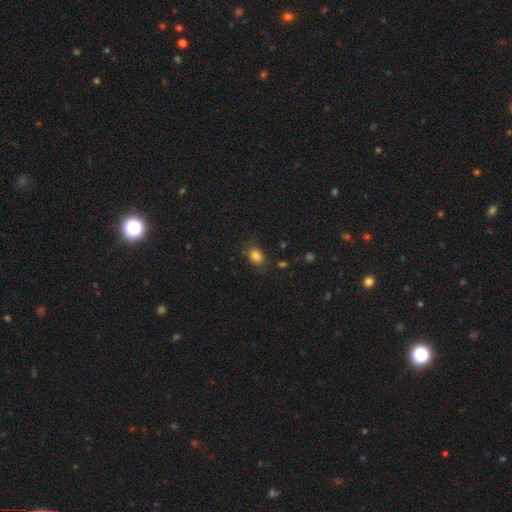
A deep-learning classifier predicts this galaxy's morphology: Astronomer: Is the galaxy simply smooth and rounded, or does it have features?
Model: smooth — 84%.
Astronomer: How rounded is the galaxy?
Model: in between — 66%.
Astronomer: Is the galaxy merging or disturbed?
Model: none — 77%.